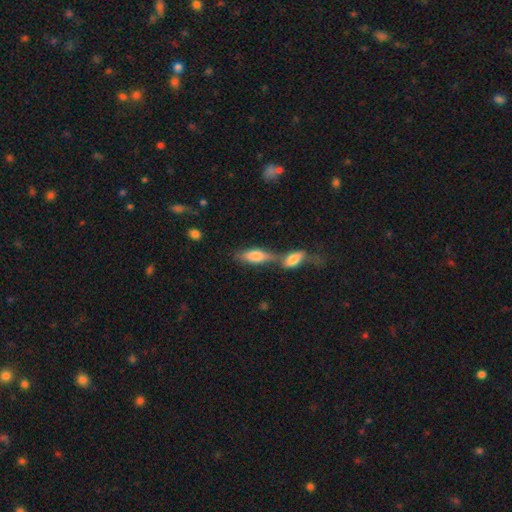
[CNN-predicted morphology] This appears to be a smooth galaxy with no disk features (73%) that is in between round and cigar-shaped (72%). Merging: merger (53%).